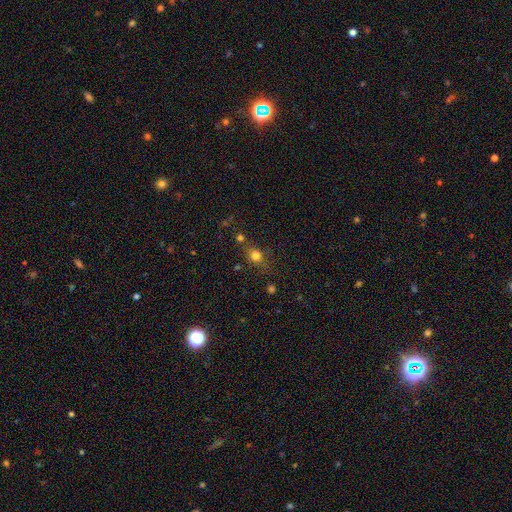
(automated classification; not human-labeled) Smooth or featured? Predicted: smooth (p=0.73). How rounded? Predicted: round (p=0.68). Merging? Predicted: none (p=0.67).